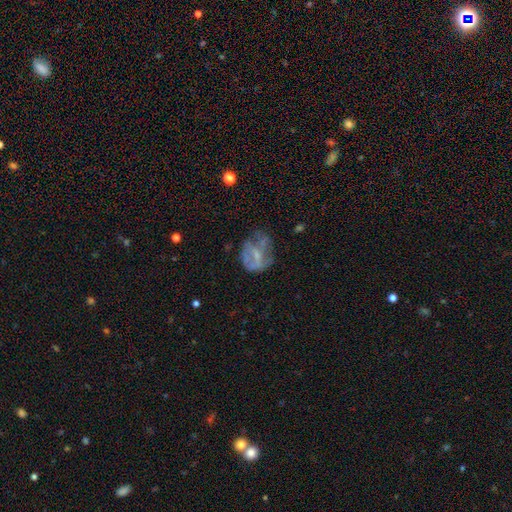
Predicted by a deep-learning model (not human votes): Smooth or featured? Predicted: featured or disk (p=0.52). Edge-on disk? Predicted: no (p=0.97). Bar? Predicted: no (p=0.63). Spiral arms? Predicted: no (p=0.74). Bulge size? Predicted: small (p=0.42). Merging? Predicted: none (p=0.39).